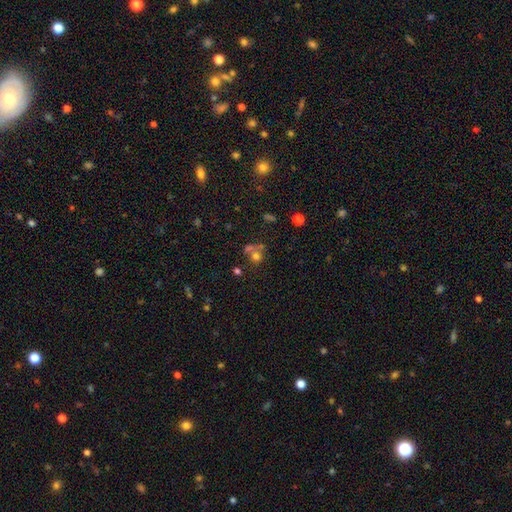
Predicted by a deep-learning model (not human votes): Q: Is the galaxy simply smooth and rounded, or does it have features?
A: smooth — 64%.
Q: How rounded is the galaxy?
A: round — 80%.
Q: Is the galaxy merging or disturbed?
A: merger — 44%.